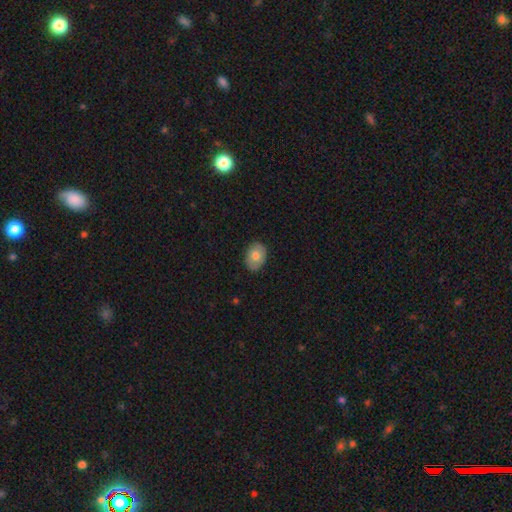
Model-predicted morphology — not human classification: smooth-or-featured: smooth: 74% | featured or disk: 19% | star or artifact: 7%
  how-rounded: in between: 72% | round: 27% | cigar-shaped: 1%
  merging: none: 86% | minor disturbance: 11% | major disturbance: 2% | merger: 1%